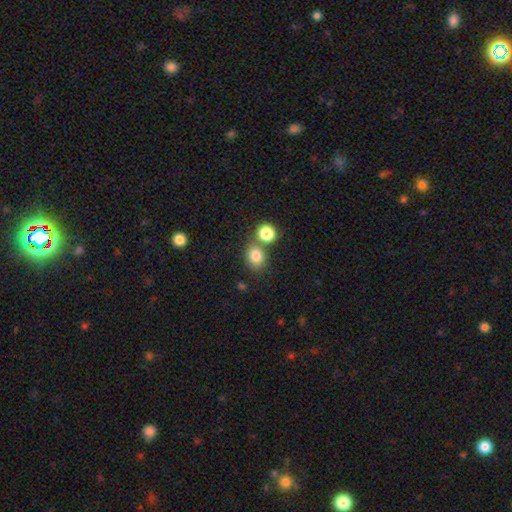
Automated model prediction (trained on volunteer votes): Smooth or featured?
  - smooth: 81% *
  - star or artifact: 11%
  - featured or disk: 8%
How rounded?
  - round: 59% *
  - in between: 40%
  - cigar-shaped: 1%
Merging?
  - none: 56% *
  - merger: 31%
  - minor disturbance: 10%
  - major disturbance: 3%